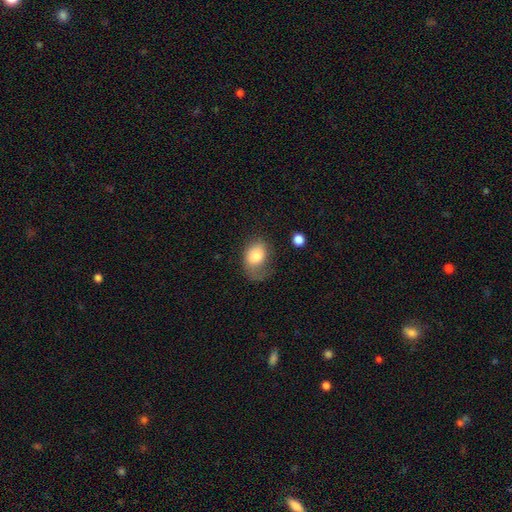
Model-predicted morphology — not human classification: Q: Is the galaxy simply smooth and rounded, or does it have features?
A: smooth — 76%.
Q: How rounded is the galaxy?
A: in between — 71%.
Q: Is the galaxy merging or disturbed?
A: none — 36%.